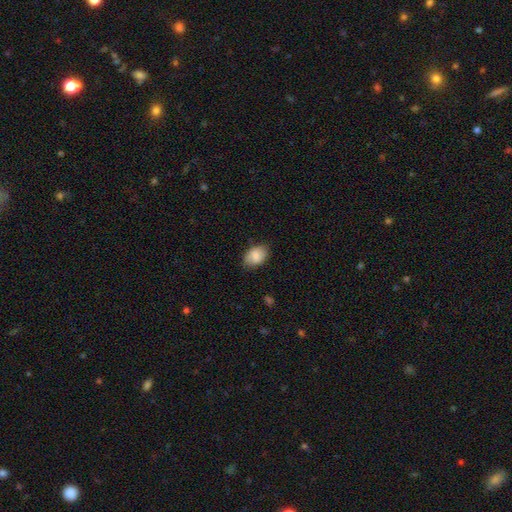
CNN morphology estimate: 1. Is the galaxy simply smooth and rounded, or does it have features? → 85% smooth, 8% featured or disk, 7% star or artifact.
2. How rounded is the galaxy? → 86% in between, 13% round, 1% cigar-shaped.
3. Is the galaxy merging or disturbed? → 80% none, 16% minor disturbance, 3% major disturbance, 1% merger.